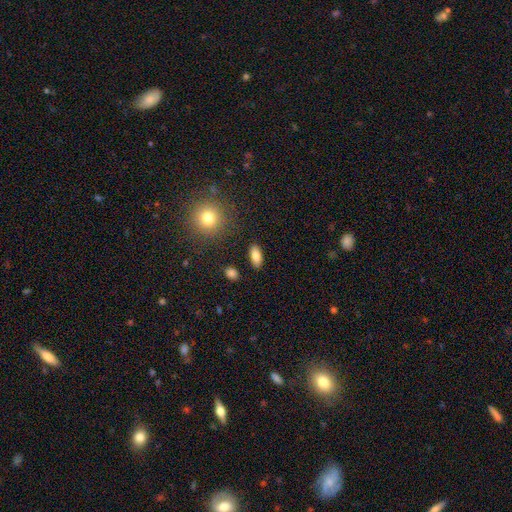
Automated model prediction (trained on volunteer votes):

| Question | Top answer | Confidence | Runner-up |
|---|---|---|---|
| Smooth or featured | smooth | 81% | featured or disk (11%) |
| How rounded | in between | 87% | cigar-shaped (9%) |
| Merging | none | 87% | minor disturbance (8%) |